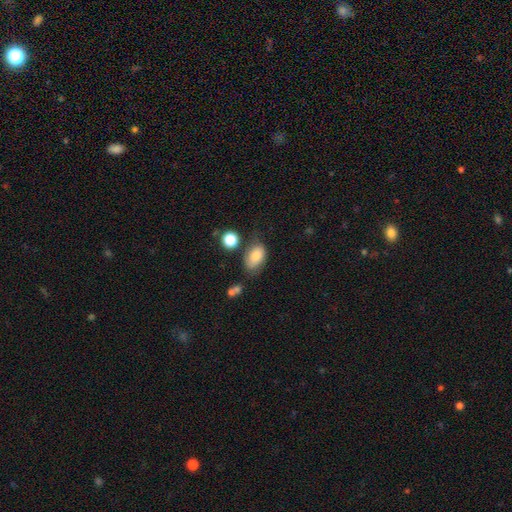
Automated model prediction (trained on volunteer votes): This appears to be a smooth galaxy with no disk features (77%) that is in between round and cigar-shaped (89%). Merging: none (56%).